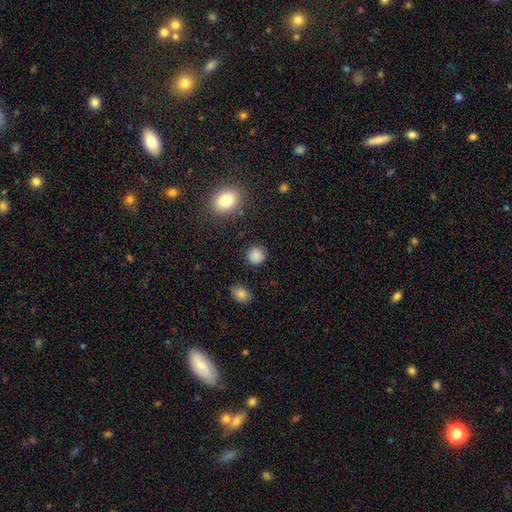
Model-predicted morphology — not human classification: smooth_or_featured: smooth (p=0.86) [alt: star or artifact p=0.10]
how_rounded: round (p=0.91) [alt: in between p=0.08]
merging: none (p=0.89) [alt: minor disturbance p=0.07]